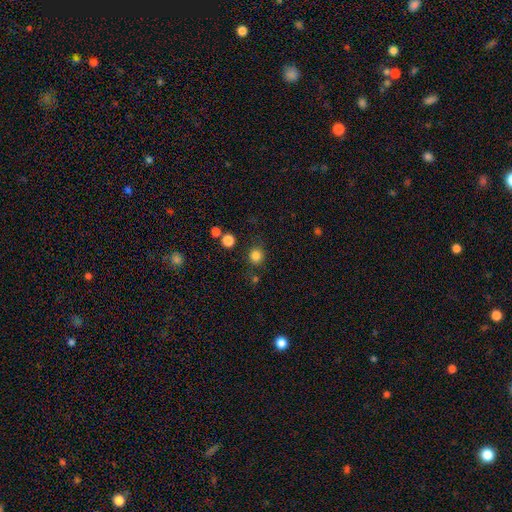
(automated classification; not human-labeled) A smooth galaxy with no disk features (83%) that is round (90%). Merging: none (83%).